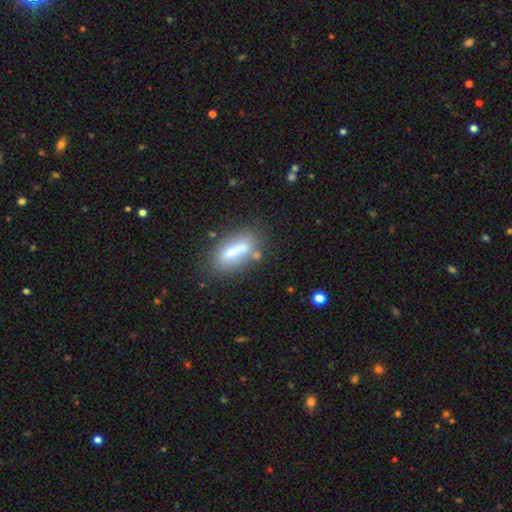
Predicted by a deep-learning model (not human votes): smooth-or-featured: smooth: 65% | featured or disk: 26% | star or artifact: 9%
  how-rounded: in between: 65% | cigar-shaped: 32% | round: 3%
  merging: none: 73% | minor disturbance: 15% | merger: 8% | major disturbance: 5%